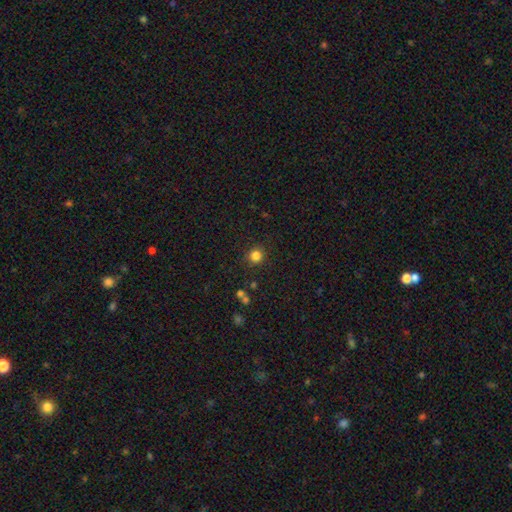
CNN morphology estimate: The model was most divided on "smooth or featured": smooth: 82%, star or artifact: 13%, featured or disk: 4%. More confident: how rounded — round (93%); merging — none (89%).